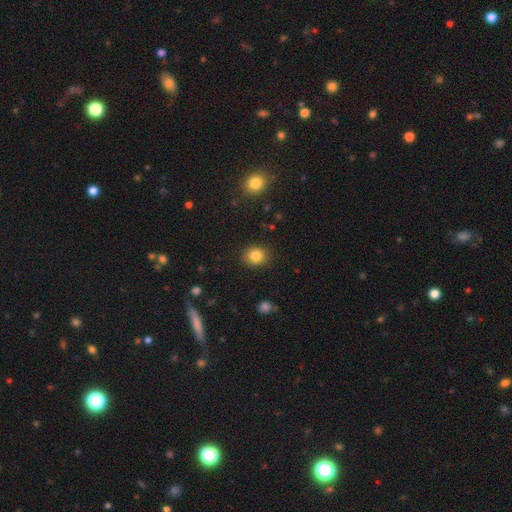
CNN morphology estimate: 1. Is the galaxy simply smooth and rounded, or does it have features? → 84% smooth, 10% star or artifact, 6% featured or disk.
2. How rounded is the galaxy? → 71% round, 28% in between, 1% cigar-shaped.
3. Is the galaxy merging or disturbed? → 88% none, 8% minor disturbance, 2% major disturbance, 1% merger.